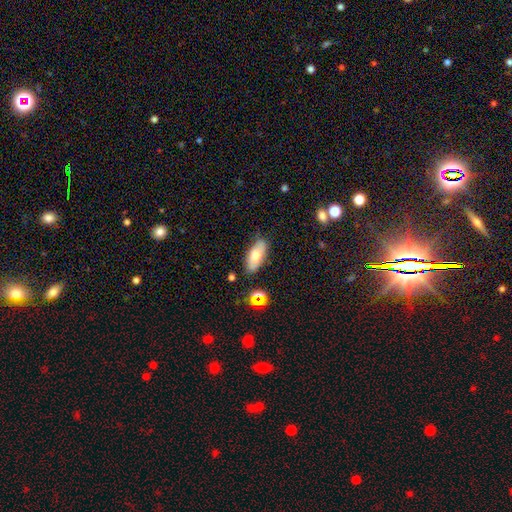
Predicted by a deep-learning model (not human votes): Q: Smooth or featured?
A: smooth (64%); runner-up: featured or disk (28%)
Q: How rounded?
A: in between (83%); runner-up: cigar-shaped (14%)
Q: Merging?
A: none (77%); runner-up: minor disturbance (16%)